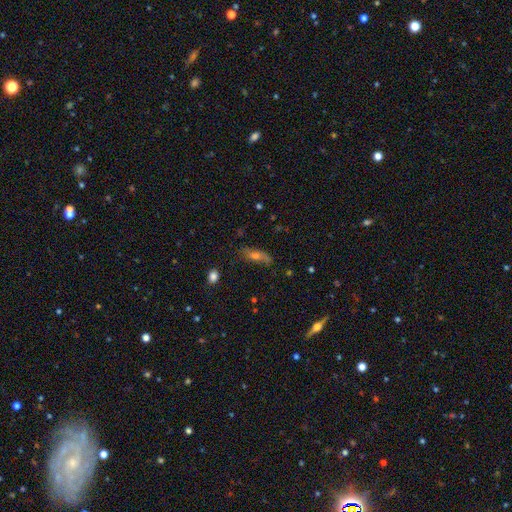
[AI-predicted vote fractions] Overall: smooth (53%; featured or disk 33%). How rounded: in between (48%; cigar-shaped 47%). Merging: none (70%).